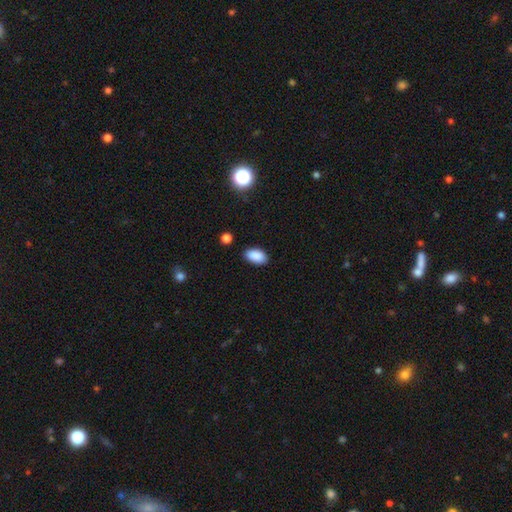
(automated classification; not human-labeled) Q: Smooth or featured?
A: smooth (88%); runner-up: star or artifact (8%)
Q: How rounded?
A: in between (93%); runner-up: round (5%)
Q: Merging?
A: none (84%); runner-up: minor disturbance (12%)